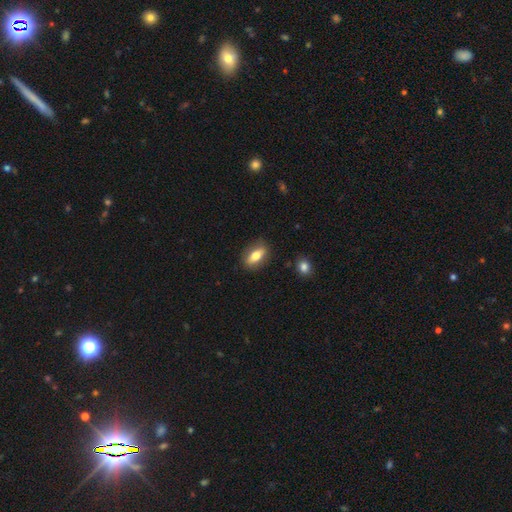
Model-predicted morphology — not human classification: This appears to be a smooth galaxy with no disk features (72%) that is in between round and cigar-shaped (79%). Merging: none (86%).